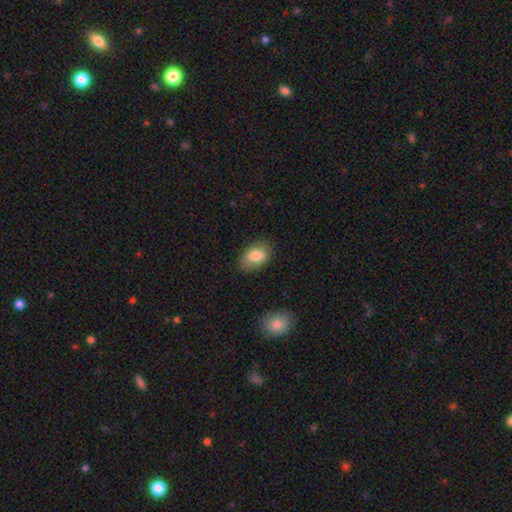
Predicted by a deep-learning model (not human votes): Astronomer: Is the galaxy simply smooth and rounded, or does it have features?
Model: smooth — 82%.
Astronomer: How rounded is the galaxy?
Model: in between — 90%.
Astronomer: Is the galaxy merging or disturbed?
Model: none — 78%.